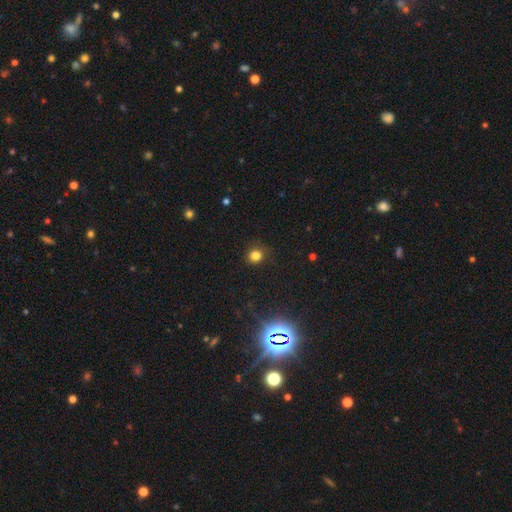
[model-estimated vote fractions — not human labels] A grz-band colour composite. It shows a smooth galaxy with no disk features (79%) that is round (85%). Merging: none (86%).